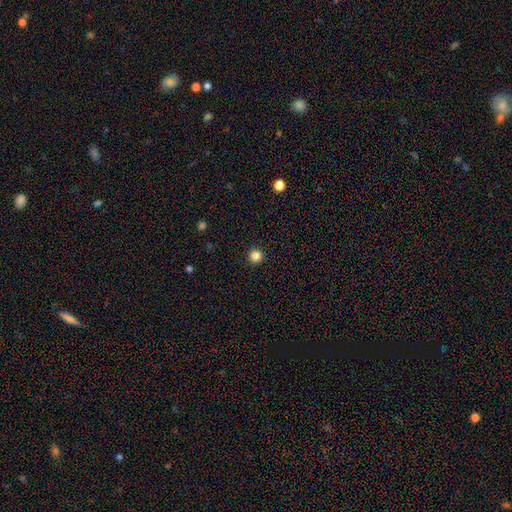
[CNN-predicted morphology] A smooth galaxy with no disk features (84%) that is round (96%).

Vote fractions:
- Smooth or featured? smooth: 84% / star or artifact: 12% / featured or disk: 4%
- How rounded? round: 96% / in between: 3% / cigar-shaped: 1%
- Merging? none: 93% / minor disturbance: 4% / major disturbance: 1% / merger: 1%